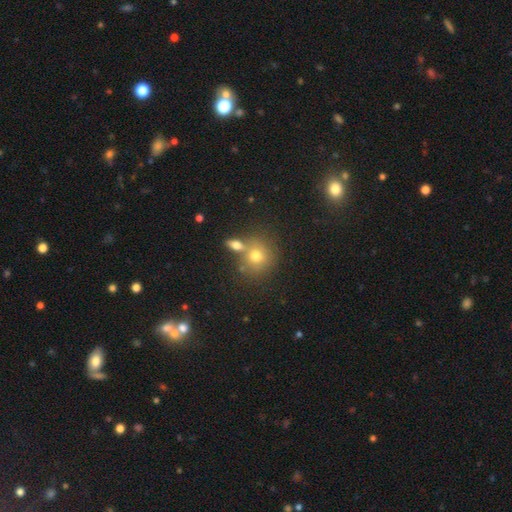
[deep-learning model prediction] smooth-or-featured: smooth: 72% | star or artifact: 14% | featured or disk: 14%
  how-rounded: round: 83% | in between: 16% | cigar-shaped: 1%
  merging: none: 58% | merger: 28% | minor disturbance: 10% | major disturbance: 4%